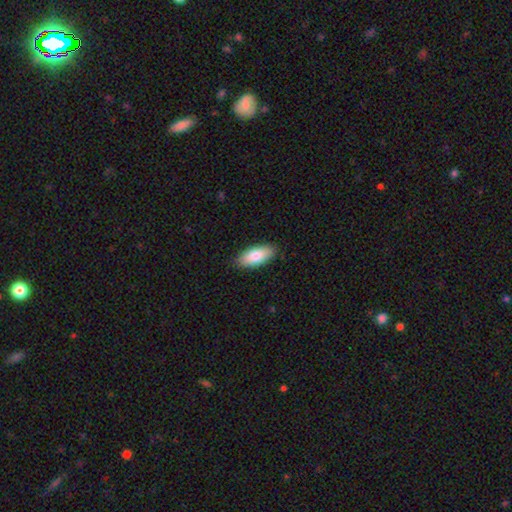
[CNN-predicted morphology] This appears to be a smooth galaxy with no disk features (83%) that is in between round and cigar-shaped (86%). Merging: none (88%).